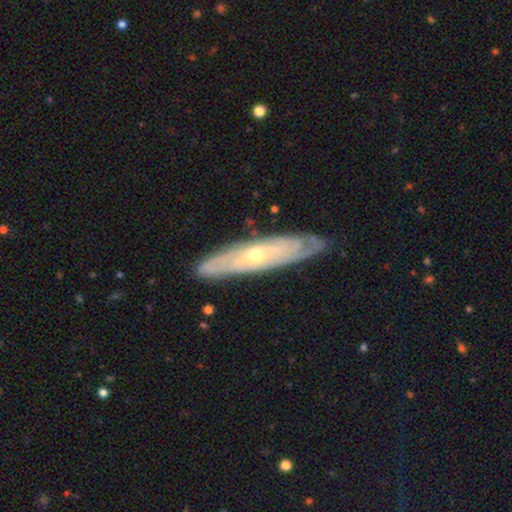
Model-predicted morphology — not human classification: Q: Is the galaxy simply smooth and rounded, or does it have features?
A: featured or disk — 76%.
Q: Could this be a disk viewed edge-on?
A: no — 55%.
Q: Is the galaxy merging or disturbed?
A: none — 83%.